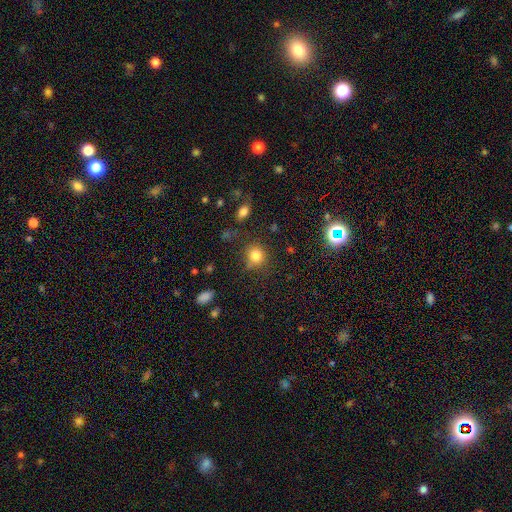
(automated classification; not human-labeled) Smooth or featured? smooth (80%)
How rounded? round (84%)
Merging? none (76%)